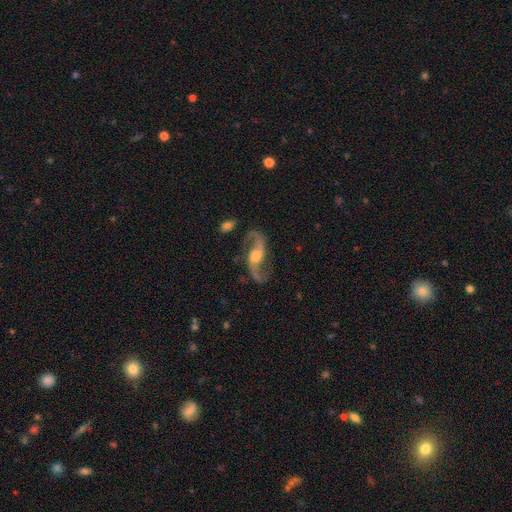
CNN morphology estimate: Smooth or featured?
  - featured or disk: 91% *
  - star or artifact: 5%
  - smooth: 4%
Edge-on disk?
  - no: 96% *
  - yes: 4%
Bar?
  - no: 46% *
  - weak: 38%
  - strong: 16%
Spiral arms?
  - yes: 97% *
  - no: 3%
Spiral winding?
  - loose: 68% *
  - medium: 27%
  - tight: 5%
Spiral arm count?
  - 2: 94% *
  - 1: 2%
  - can't tell: 2%
  - 3: 1%
  - 4: 1%
  - more than 4: 1%
Bulge size?
  - moderate: 53% *
  - small: 21%
  - large: 18%
  - none: 6%
  - dominant: 2%
Merging?
  - none: 76% *
  - minor disturbance: 14%
  - major disturbance: 8%
  - merger: 3%